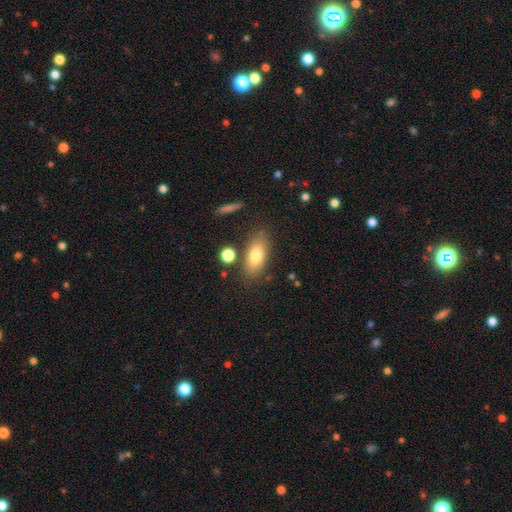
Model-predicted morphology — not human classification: smooth 77%, featured or disk 15%, star or artifact 8%. Down the decision tree: how rounded — in between (85%); merging — none (76%).